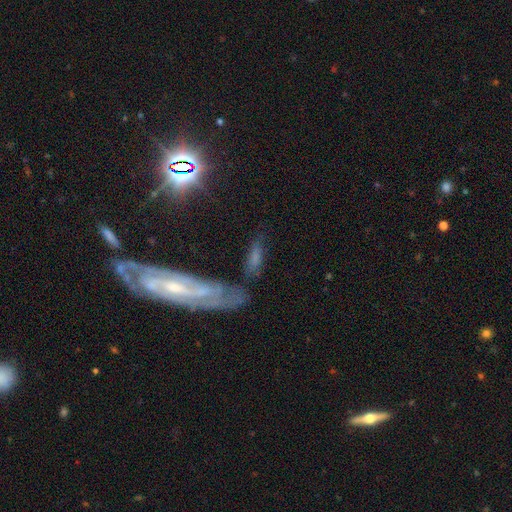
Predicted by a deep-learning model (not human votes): Smooth or featured: featured or disk — 47% (smooth — 38%)
Merging: none — 56% (minor disturbance — 22%)